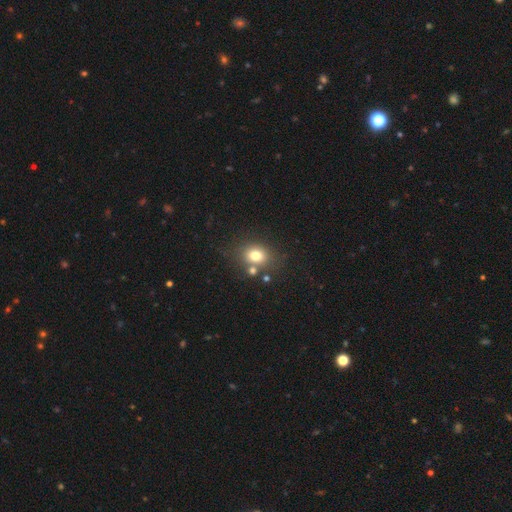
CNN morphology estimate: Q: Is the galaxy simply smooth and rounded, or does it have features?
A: smooth — 76%.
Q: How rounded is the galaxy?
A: round — 52%.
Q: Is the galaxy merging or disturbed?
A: none — 67%.